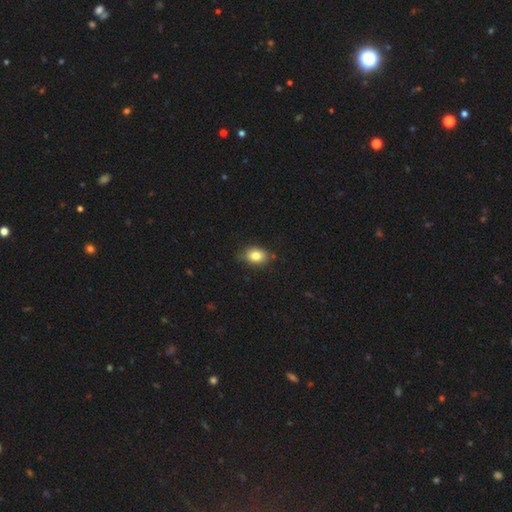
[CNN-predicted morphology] This is clearly a smooth galaxy (81%). How rounded: likely in between (64%). Merging: likely none (74%).